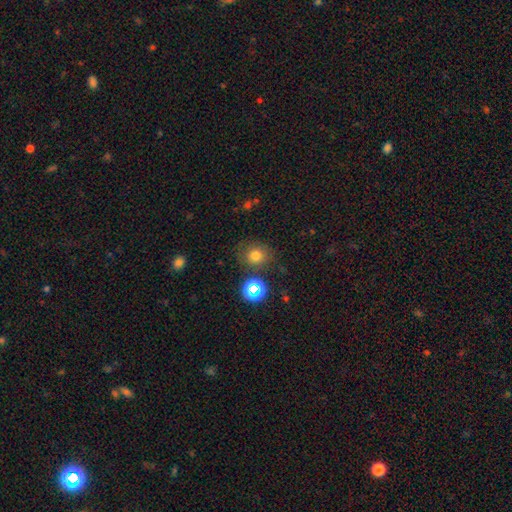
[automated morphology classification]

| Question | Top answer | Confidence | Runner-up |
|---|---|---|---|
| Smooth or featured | smooth | 73% | star or artifact (18%) |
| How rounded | round | 79% | in between (20%) |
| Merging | none | 74% | minor disturbance (15%) |